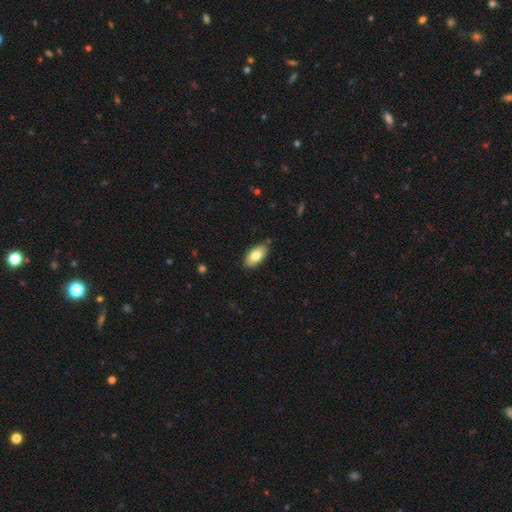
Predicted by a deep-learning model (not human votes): The model was most divided on "smooth or featured": smooth: 78%, featured or disk: 15%, star or artifact: 6%. More confident: how rounded — in between (93%); merging — none (86%).